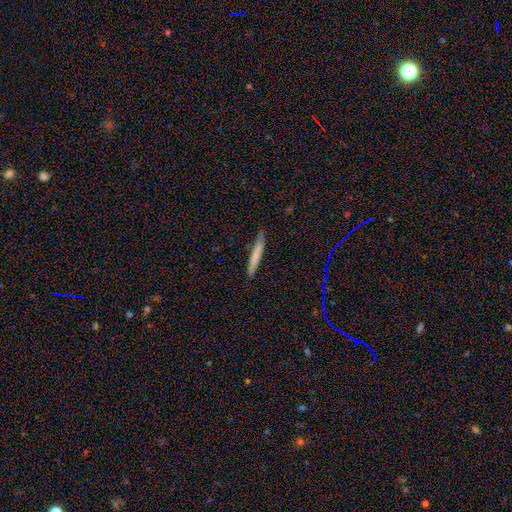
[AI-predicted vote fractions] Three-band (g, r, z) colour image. It shows a smooth galaxy with no disk features (70%) that is cigar-shaped (94%). Merging: none (80%).